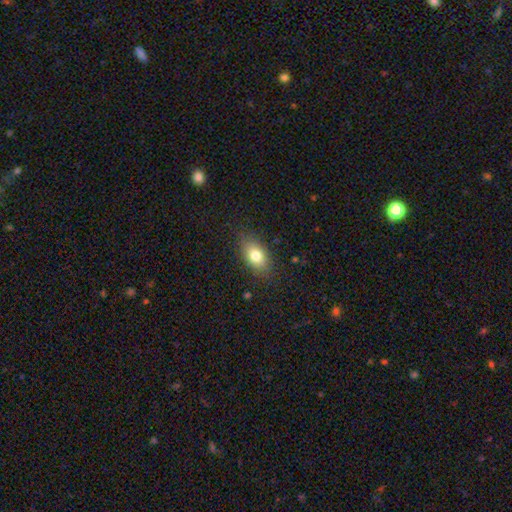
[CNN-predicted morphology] A smooth galaxy with no disk features (80%) that is in between round and cigar-shaped (87%).

Vote fractions:
- Smooth or featured? smooth: 80% / featured or disk: 12% / star or artifact: 9%
- How rounded? in between: 87% / round: 10% / cigar-shaped: 3%
- Merging? none: 83% / minor disturbance: 12% / major disturbance: 3% / merger: 1%